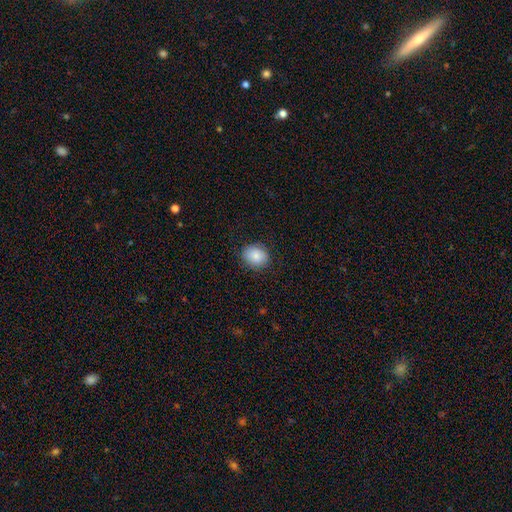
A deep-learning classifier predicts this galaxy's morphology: type=smooth (87%); roundness=round (53%); merging=none (85%).